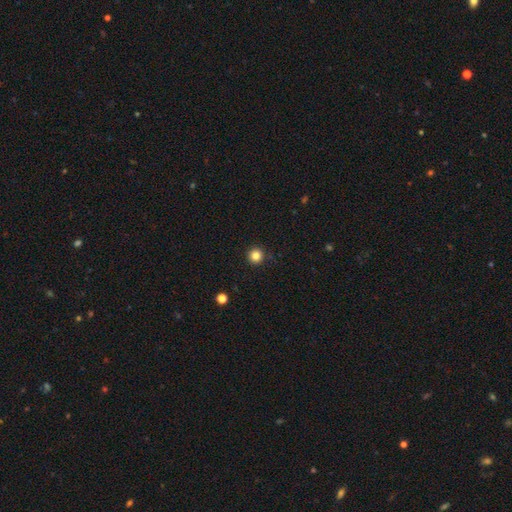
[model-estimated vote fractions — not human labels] Smooth or featured: smooth — 83% (star or artifact — 12%)
How rounded: round — 96% (in between — 3%)
Merging: none — 93% (minor disturbance — 5%)